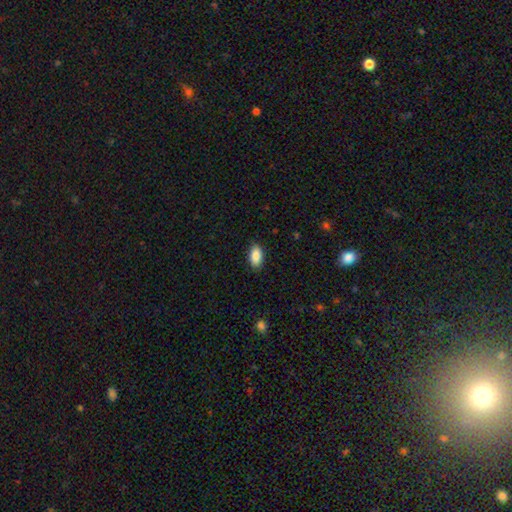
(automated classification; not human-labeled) Morphology: type=smooth (88%); roundness=in between (93%); merging=none (86%).